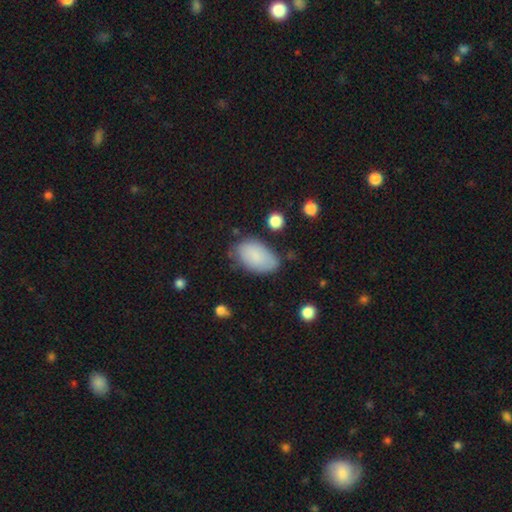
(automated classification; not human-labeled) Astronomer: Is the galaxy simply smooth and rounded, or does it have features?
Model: smooth — 82%.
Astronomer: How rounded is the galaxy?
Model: in between — 94%.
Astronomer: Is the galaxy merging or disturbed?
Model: none — 64%.